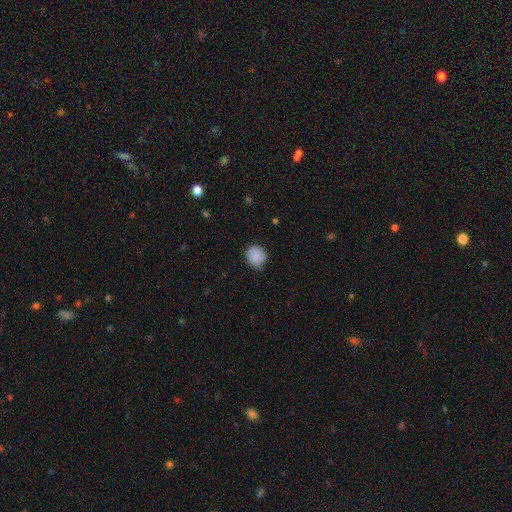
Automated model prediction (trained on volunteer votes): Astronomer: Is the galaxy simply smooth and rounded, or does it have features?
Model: smooth — 88%.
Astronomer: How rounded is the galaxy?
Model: round — 77%.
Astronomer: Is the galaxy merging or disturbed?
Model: none — 78%.